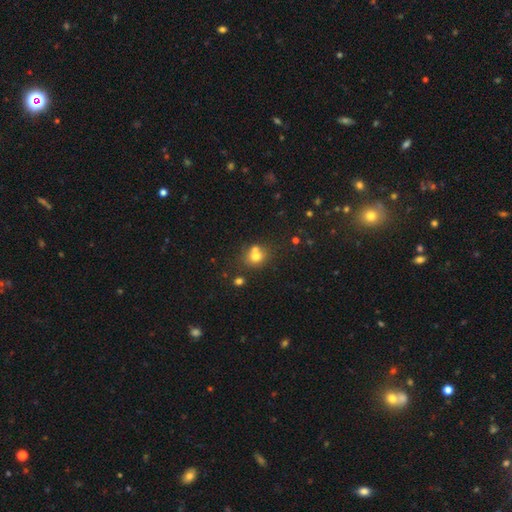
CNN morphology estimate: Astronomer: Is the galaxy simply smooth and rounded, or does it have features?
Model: smooth — 70%.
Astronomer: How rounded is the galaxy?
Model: round — 76%.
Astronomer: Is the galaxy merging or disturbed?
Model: none — 48% (runner-up: merger, 38%).